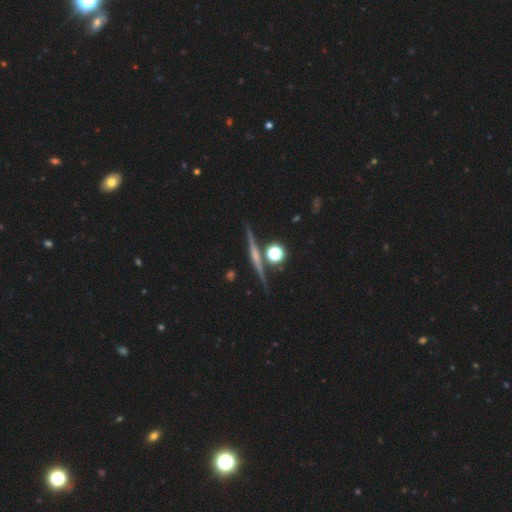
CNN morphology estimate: smooth_or_featured: featured or disk (p=0.73) [alt: smooth p=0.17]
disk_edge_on: yes (p=0.97) [alt: no p=0.03]
edge_on_bulge: rounded (p=0.50) [alt: none p=0.36]
merging: none (p=0.87) [alt: minor disturbance p=0.07]